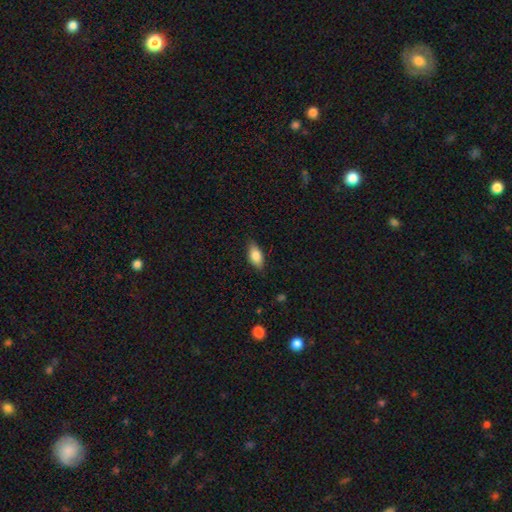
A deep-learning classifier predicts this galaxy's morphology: Q: Smooth or featured?
A: smooth (80%); runner-up: featured or disk (13%)
Q: How rounded?
A: in between (88%); runner-up: cigar-shaped (8%)
Q: Merging?
A: none (82%); runner-up: minor disturbance (14%)